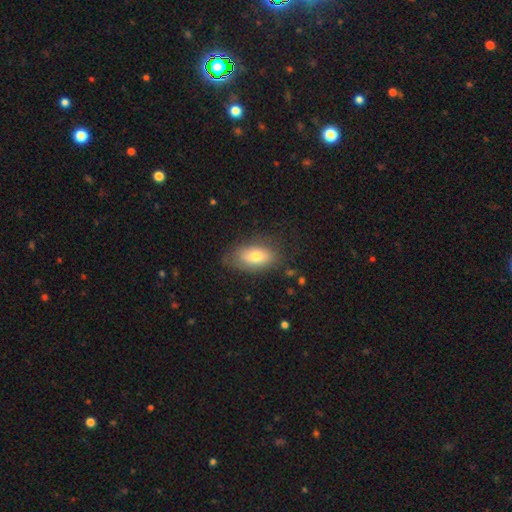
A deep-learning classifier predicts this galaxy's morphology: Smooth or featured? Predicted: smooth (p=0.73). How rounded? Predicted: in between (p=0.90). Merging? Predicted: none (p=0.74).